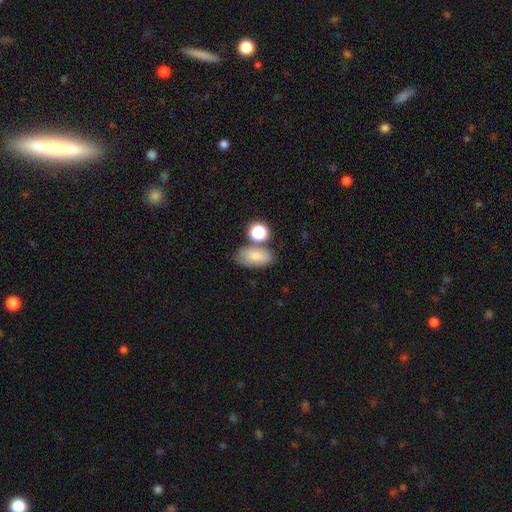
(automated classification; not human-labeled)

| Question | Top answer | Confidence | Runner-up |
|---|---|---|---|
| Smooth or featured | smooth | 79% | featured or disk (11%) |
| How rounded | in between | 88% | round (8%) |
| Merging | none | 63% | minor disturbance (16%) |